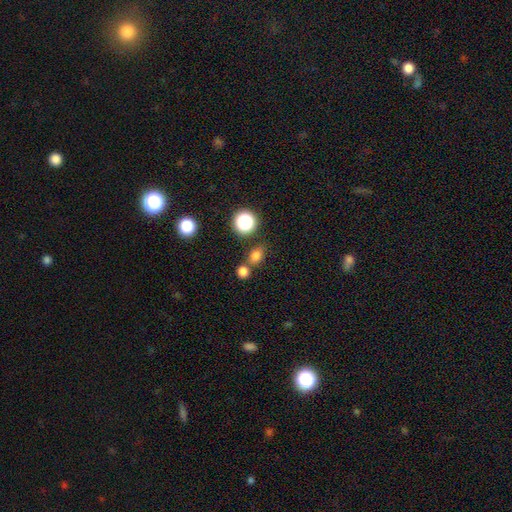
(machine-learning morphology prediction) A smooth galaxy with no disk features (76%) that is round (51%).

Vote fractions:
- Smooth or featured? smooth: 76% / star or artifact: 18% / featured or disk: 6%
- How rounded? round: 51% / in between: 48% / cigar-shaped: 2%
- Merging? none: 63% / merger: 23% / minor disturbance: 10% / major disturbance: 4%